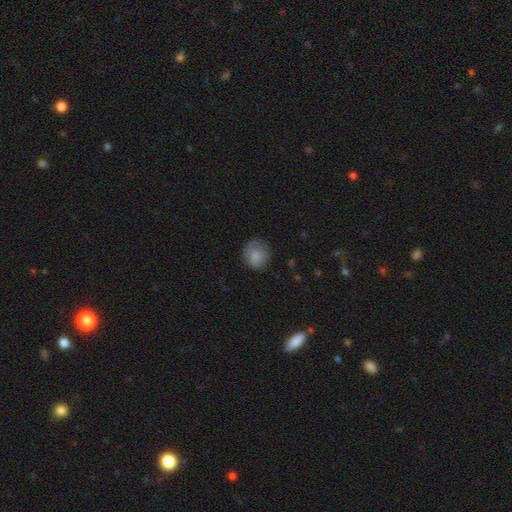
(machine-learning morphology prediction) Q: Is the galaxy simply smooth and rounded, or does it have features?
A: smooth — 77%.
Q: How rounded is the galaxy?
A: round — 83%.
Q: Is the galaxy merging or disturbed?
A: none — 70%.